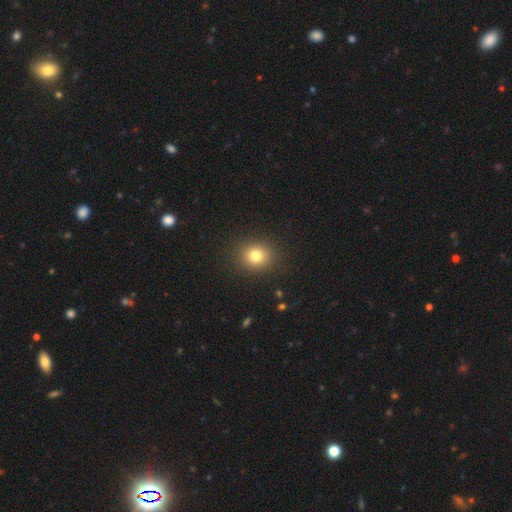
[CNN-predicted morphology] smooth 79%, star or artifact 13%, featured or disk 8%. Down the decision tree: how rounded — round (78%); merging — none (89%).